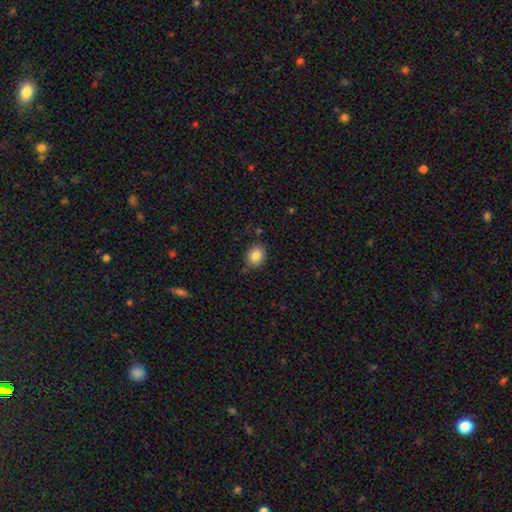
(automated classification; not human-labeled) The model was most divided on "how rounded": round: 57%, in between: 42%, cigar-shaped: 1%. More confident: smooth or featured — smooth (84%); merging — none (78%).